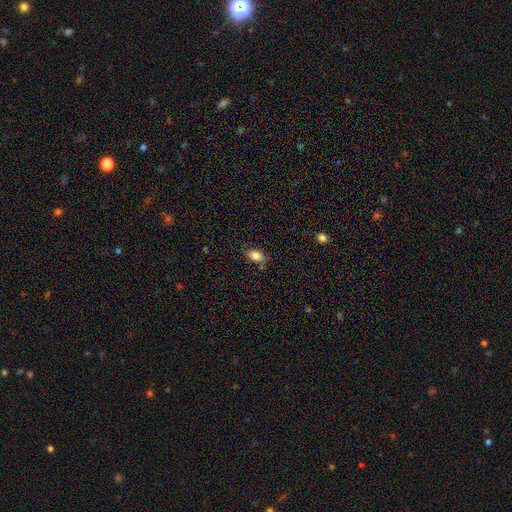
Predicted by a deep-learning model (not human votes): The model was most divided on "merging": none: 76%, minor disturbance: 17%, major disturbance: 4%, merger: 3%. More confident: how rounded — in between (88%); smooth or featured — smooth (83%).